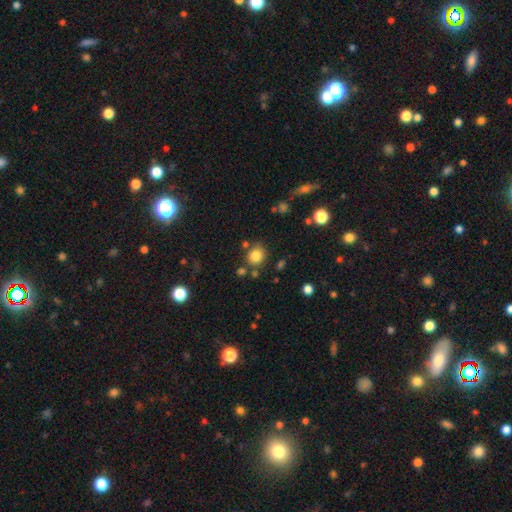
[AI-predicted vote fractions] smooth 82%, star or artifact 12%, featured or disk 6%. Down the decision tree: how rounded — round (81%); merging — none (77%).